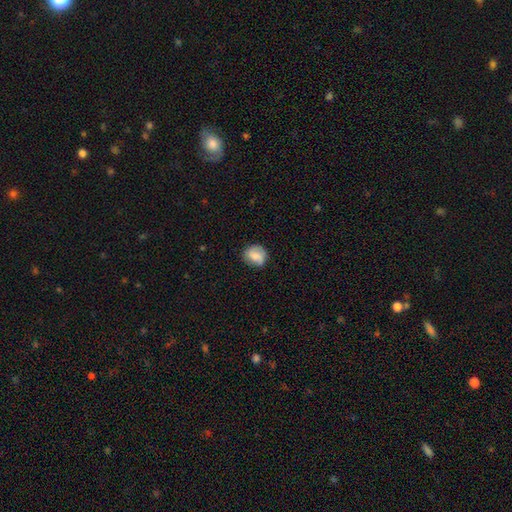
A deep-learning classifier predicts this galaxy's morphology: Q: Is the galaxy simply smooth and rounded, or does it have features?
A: smooth — 68%.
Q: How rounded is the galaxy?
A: round — 72%.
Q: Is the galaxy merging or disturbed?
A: none — 72%.